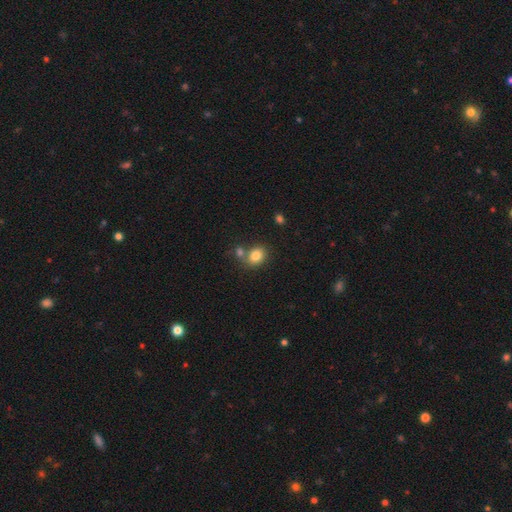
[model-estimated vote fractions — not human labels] smooth 82%, star or artifact 10%, featured or disk 8%. Down the decision tree: how rounded — in between (51%); merging — none (58%).